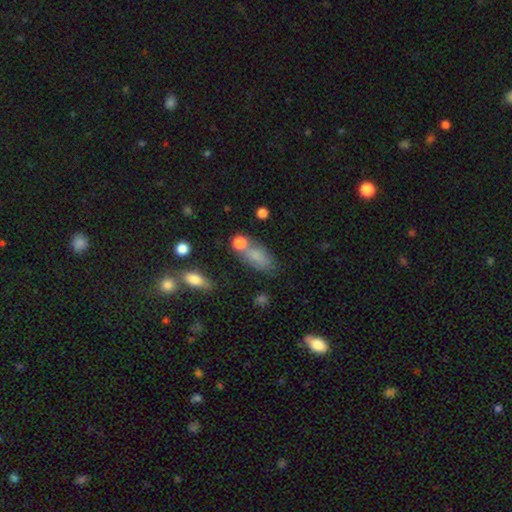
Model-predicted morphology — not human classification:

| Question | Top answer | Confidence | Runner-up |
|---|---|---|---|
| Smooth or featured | smooth | 75% | featured or disk (13%) |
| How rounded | in between | 82% | round (9%) |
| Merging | none | 49% | minor disturbance (21%) |